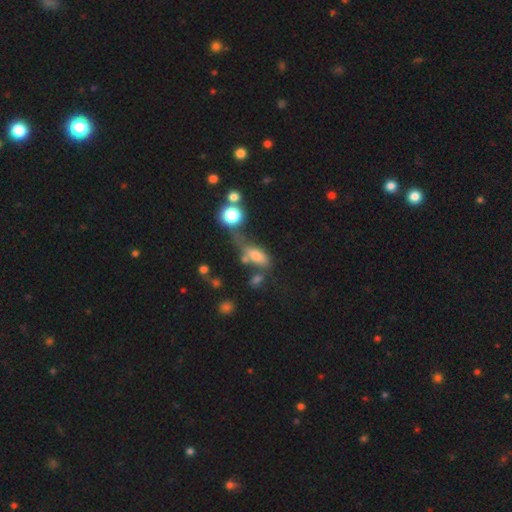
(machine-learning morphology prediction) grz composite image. It shows a smooth galaxy with no disk features (71%) that is in between round and cigar-shaped (78%). Merging: none (31%).